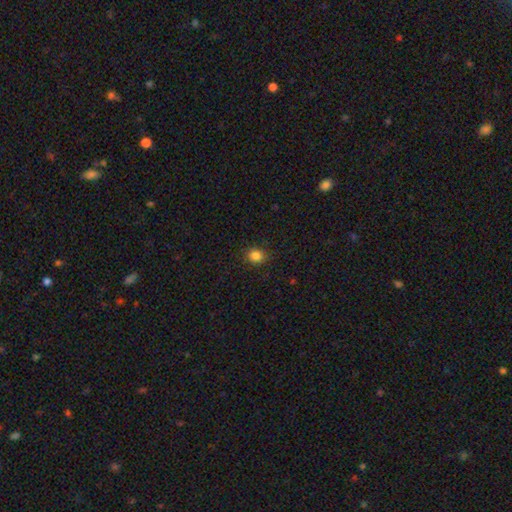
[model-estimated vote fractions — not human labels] A smooth galaxy with no disk features (84%) that is round (73%).

Vote fractions:
- Smooth or featured? smooth: 84% / star or artifact: 12% / featured or disk: 4%
- How rounded? round: 73% / in between: 26% / cigar-shaped: 1%
- Merging? none: 89% / minor disturbance: 8% / major disturbance: 2% / merger: 1%